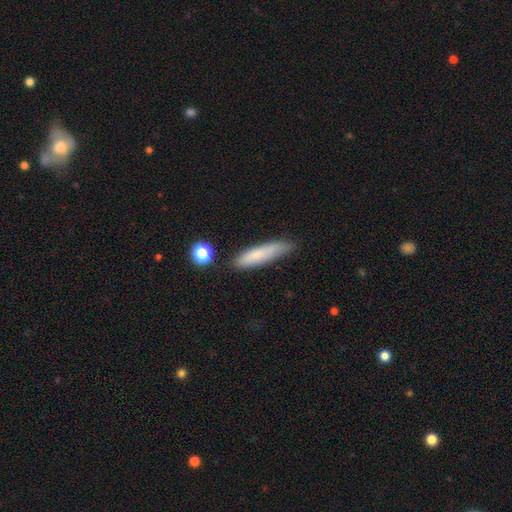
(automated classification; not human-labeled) Smooth or featured: smooth — 78% (featured or disk — 15%)
How rounded: cigar-shaped — 78% (in between — 20%)
Merging: none — 74% (minor disturbance — 19%)